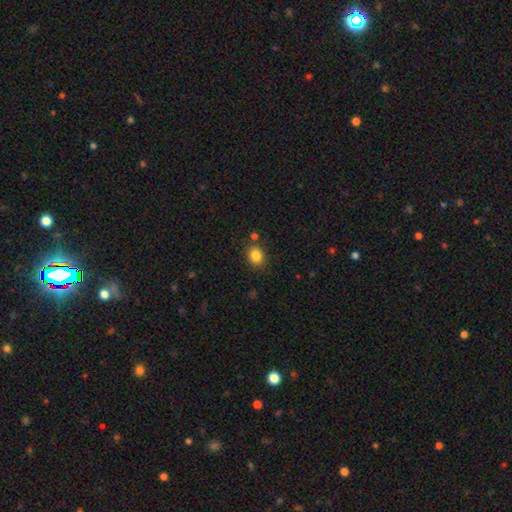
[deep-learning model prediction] Smooth or featured?
  - smooth: 85% *
  - star or artifact: 10%
  - featured or disk: 5%
How rounded?
  - round: 54% *
  - in between: 45%
  - cigar-shaped: 1%
Merging?
  - none: 82% *
  - minor disturbance: 10%
  - merger: 5%
  - major disturbance: 3%